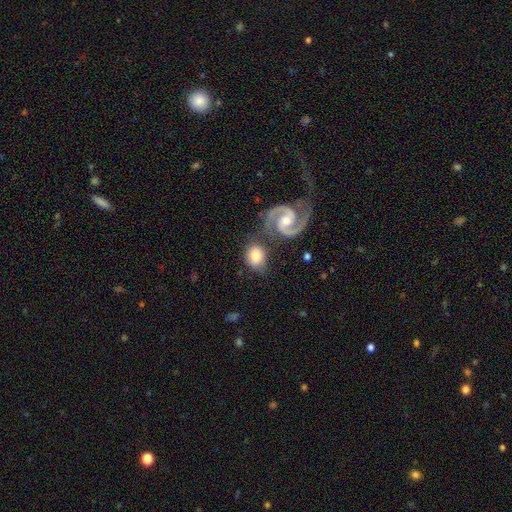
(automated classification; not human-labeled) Smooth or featured? Predicted: smooth (p=0.58). How rounded? Predicted: in between (p=0.59). Merging? Predicted: none (p=0.59).